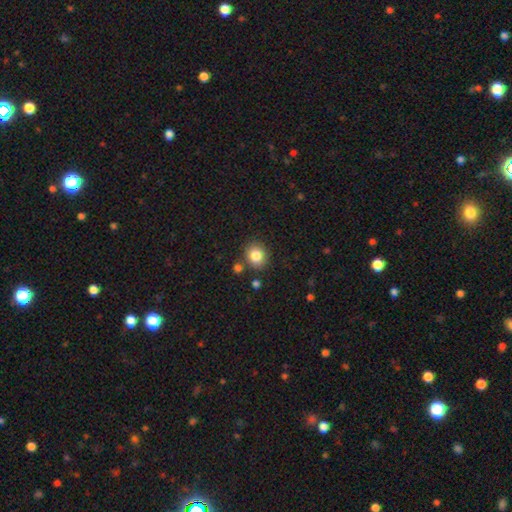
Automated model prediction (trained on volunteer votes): This appears to be a smooth galaxy with no disk features (84%) that is round (75%). Merging: none (83%).